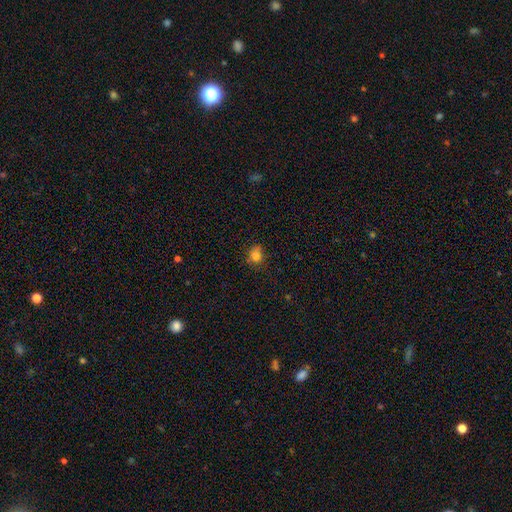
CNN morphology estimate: A smooth galaxy with no disk features (80%) that is round (66%).

Vote fractions:
- Smooth or featured? smooth: 80% / star or artifact: 14% / featured or disk: 6%
- How rounded? round: 66% / in between: 33% / cigar-shaped: 1%
- Merging? none: 73% / minor disturbance: 20% / major disturbance: 5% / merger: 2%